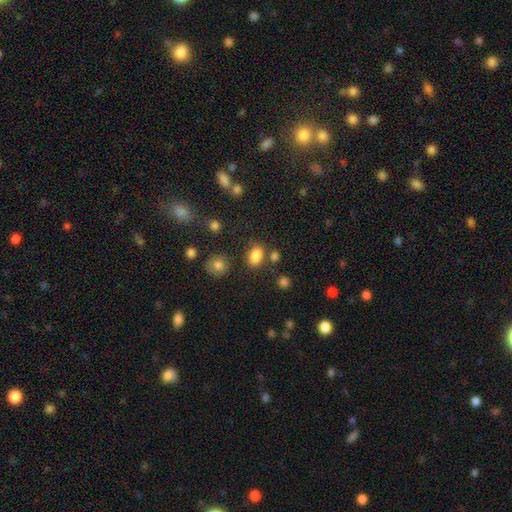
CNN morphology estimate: This appears to be a smooth galaxy with no disk features (84%) that is in between round and cigar-shaped (83%). Merging: none (73%).